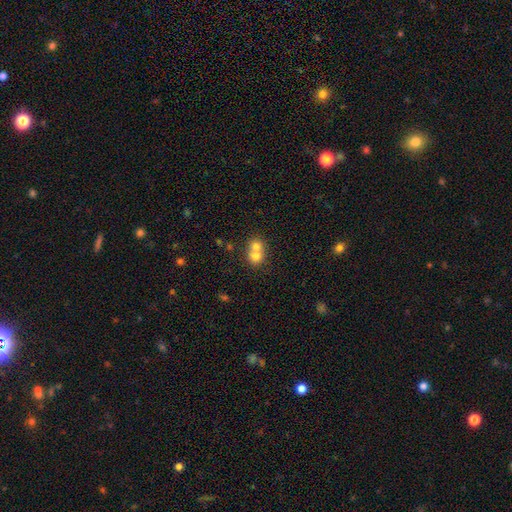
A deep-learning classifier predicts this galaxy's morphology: This is likely a smooth galaxy (72%). How rounded: likely round (74%). Merging: likely merger (69%).